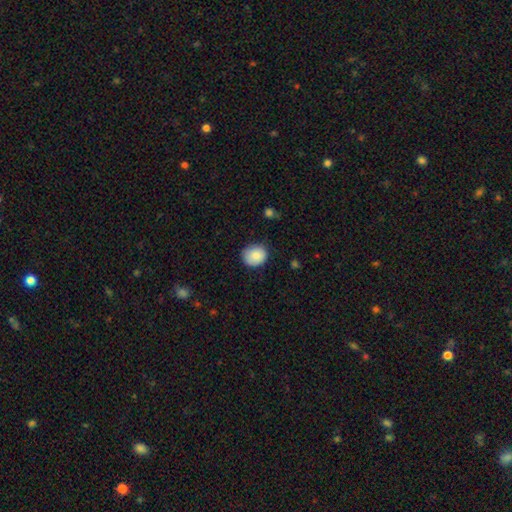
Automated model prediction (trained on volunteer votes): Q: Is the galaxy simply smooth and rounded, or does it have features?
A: smooth — 86%.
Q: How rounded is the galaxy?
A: round — 75%.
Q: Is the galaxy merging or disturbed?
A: none — 79%.